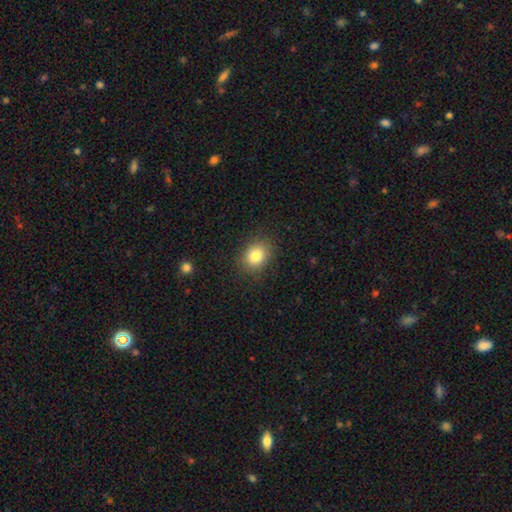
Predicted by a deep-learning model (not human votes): smooth 81%, star or artifact 11%, featured or disk 8%. Down the decision tree: how rounded — round (57%); merging — none (86%).